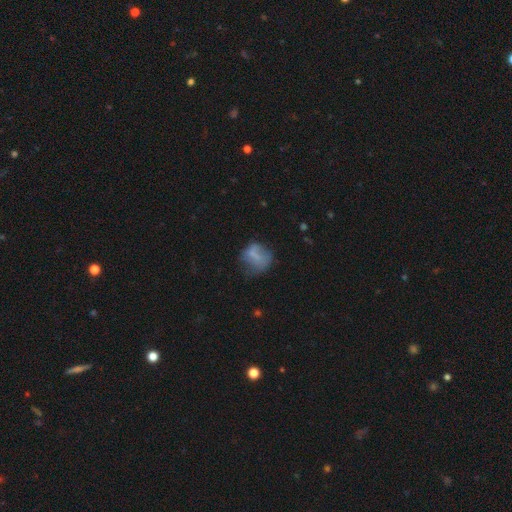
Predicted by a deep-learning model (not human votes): Smooth or featured? Predicted: smooth (p=0.63). How rounded? Predicted: round (p=0.65). Merging? Predicted: none (p=0.42).